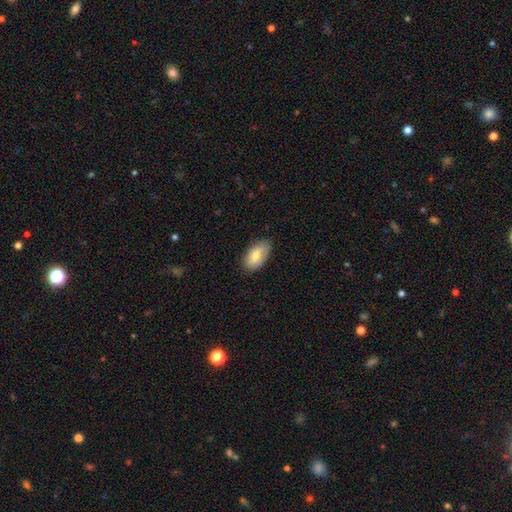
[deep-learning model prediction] smooth-or-featured: smooth: 73% | featured or disk: 21% | star or artifact: 6%
  how-rounded: in between: 94% | round: 4% | cigar-shaped: 2%
  merging: none: 79% | minor disturbance: 17% | major disturbance: 3% | merger: 1%